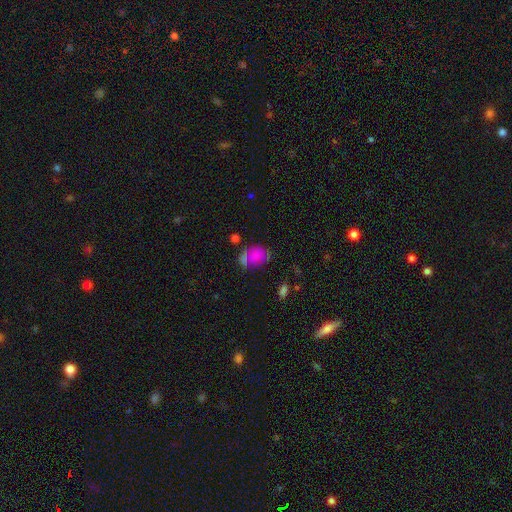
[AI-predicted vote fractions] Smooth or featured?
  - smooth: 70% *
  - featured or disk: 19%
  - star or artifact: 12%
How rounded?
  - in between: 69% *
  - round: 29%
  - cigar-shaped: 1%
Merging?
  - none: 42% *
  - merger: 26%
  - minor disturbance: 21%
  - major disturbance: 12%